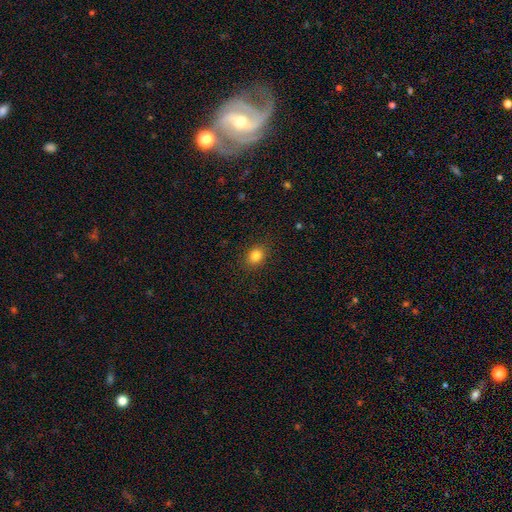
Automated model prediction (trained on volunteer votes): Overall: smooth (83%). How rounded: round (52%; in between 47%). Merging: none (88%).